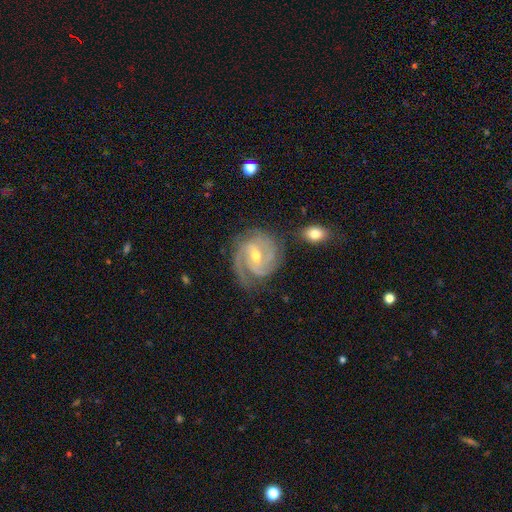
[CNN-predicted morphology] Smooth or featured? featured or disk (90%)
Edge-on disk? no (97%)
Bar? weak (51%)
Spiral arms? yes (98%)
Spiral winding? tight (61%)
Spiral arm count? 3 (41%)
Bulge size? moderate (56%)
Merging? none (73%)